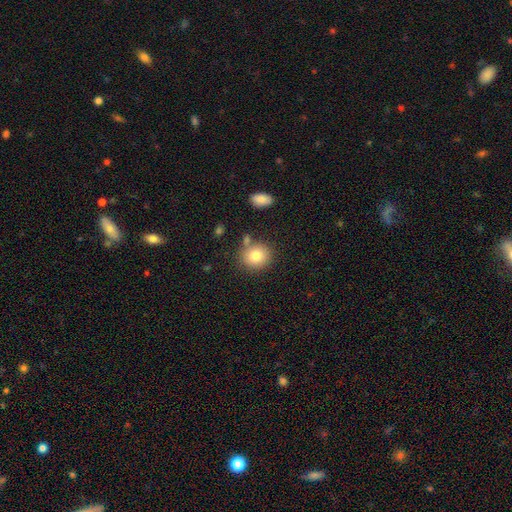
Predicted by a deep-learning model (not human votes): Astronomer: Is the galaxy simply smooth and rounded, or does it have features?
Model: smooth — 80%.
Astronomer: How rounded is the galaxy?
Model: round — 80%.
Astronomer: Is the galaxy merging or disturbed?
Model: none — 73%.